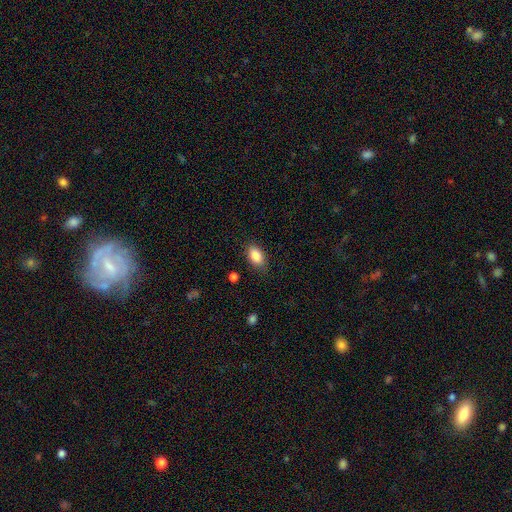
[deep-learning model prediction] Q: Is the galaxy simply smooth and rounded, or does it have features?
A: smooth — 86%.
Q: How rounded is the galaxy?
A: in between — 90%.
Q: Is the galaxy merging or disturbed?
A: none — 83%.